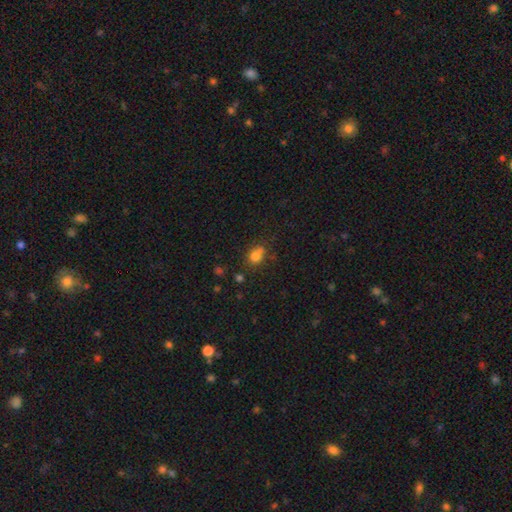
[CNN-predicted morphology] smooth-or-featured: smooth: 78% | star or artifact: 14% | featured or disk: 8%
  how-rounded: round: 57% | in between: 42% | cigar-shaped: 2%
  merging: none: 56% | minor disturbance: 20% | merger: 17% | major disturbance: 7%